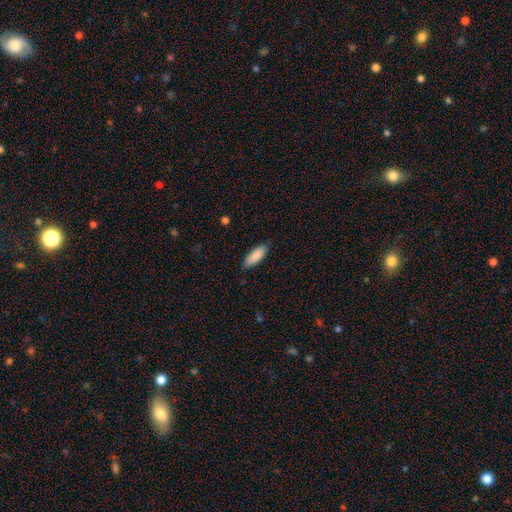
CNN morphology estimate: smooth 88%, featured or disk 6%, star or artifact 6%. Down the decision tree: how rounded — in between (66%); merging — none (84%).